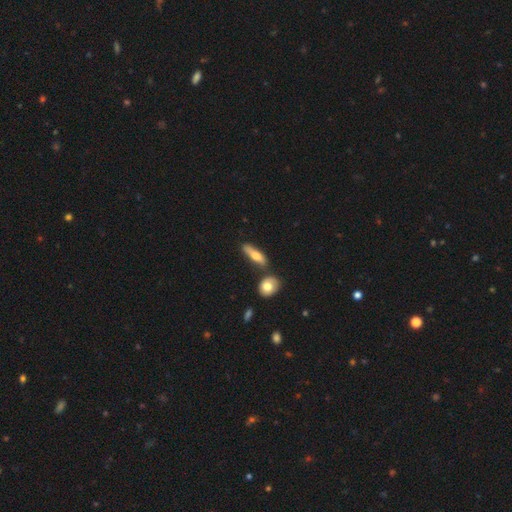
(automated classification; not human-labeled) A smooth galaxy with no disk features (60%) that is cigar-shaped (53%).

Vote fractions:
- Smooth or featured? smooth: 60% / featured or disk: 33% / star or artifact: 6%
- How rounded? cigar-shaped: 53% / in between: 43% / round: 4%
- Merging? none: 67% / minor disturbance: 15% / merger: 14% / major disturbance: 4%